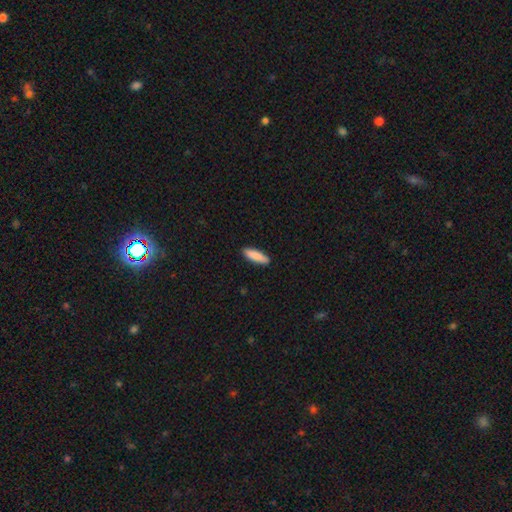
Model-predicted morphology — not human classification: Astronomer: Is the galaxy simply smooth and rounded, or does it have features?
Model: smooth — 89%.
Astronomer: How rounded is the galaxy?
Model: cigar-shaped — 60% (runner-up: in between, 39%).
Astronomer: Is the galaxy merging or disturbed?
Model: none — 90%.